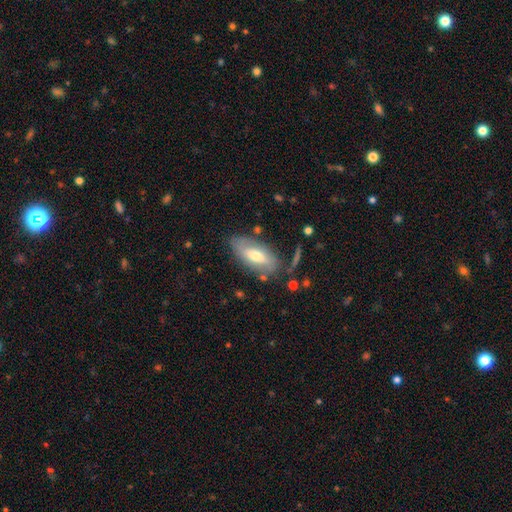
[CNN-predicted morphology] Overall: smooth (55%; featured or disk 38%). How rounded: in between (85%). Merging: none (71%).